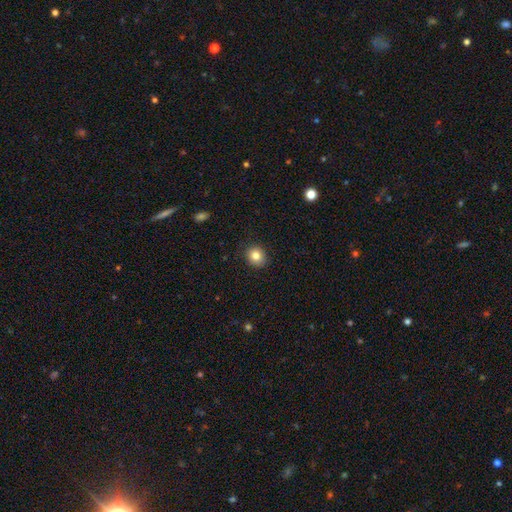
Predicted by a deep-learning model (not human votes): Overall: smooth (83%). How rounded: round (77%). Merging: none (89%).